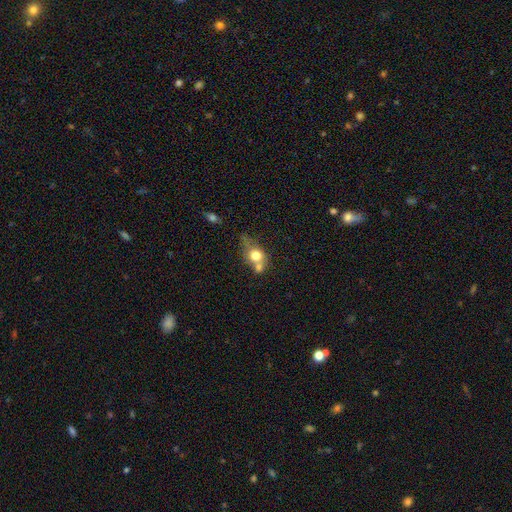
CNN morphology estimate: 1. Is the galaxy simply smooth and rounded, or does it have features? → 69% smooth, 22% featured or disk, 10% star or artifact.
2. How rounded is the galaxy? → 55% round, 42% in between, 3% cigar-shaped.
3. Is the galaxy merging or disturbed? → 48% merger, 29% none, 14% minor disturbance, 9% major disturbance.